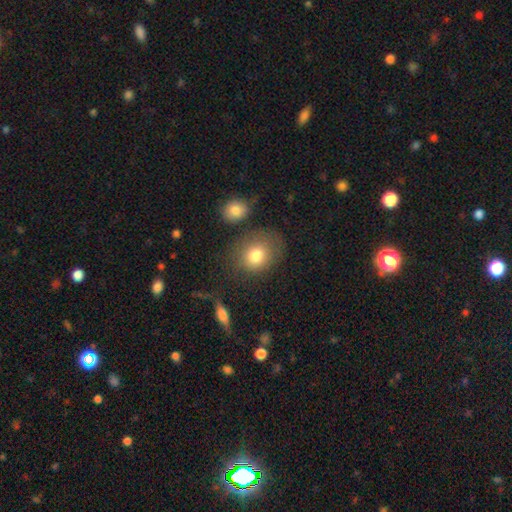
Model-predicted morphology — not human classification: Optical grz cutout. It shows a smooth galaxy with no disk features (80%) that is round (59%). Merging: none (65%).